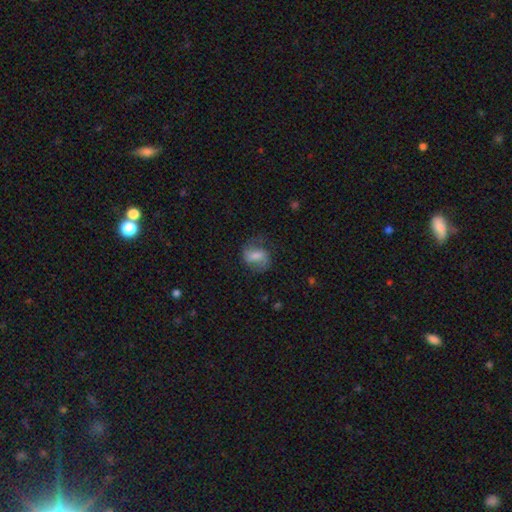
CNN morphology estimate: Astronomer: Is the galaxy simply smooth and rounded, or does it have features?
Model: smooth — 56% (runner-up: featured or disk, 36%).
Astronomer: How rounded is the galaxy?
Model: in between — 63%.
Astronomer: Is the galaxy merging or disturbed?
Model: none — 59%.